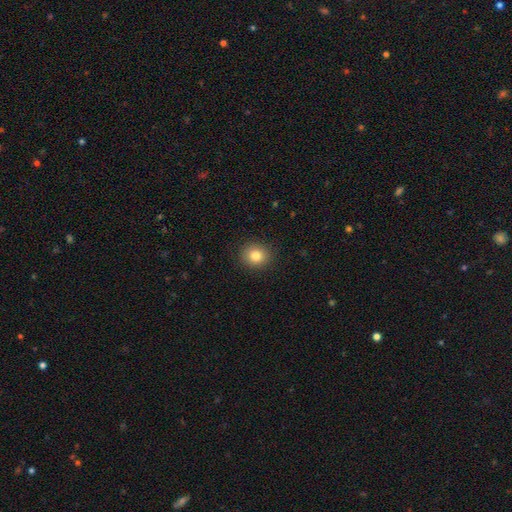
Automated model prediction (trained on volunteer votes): Smooth or featured? smooth (82%)
How rounded? round (79%)
Merging? none (90%)